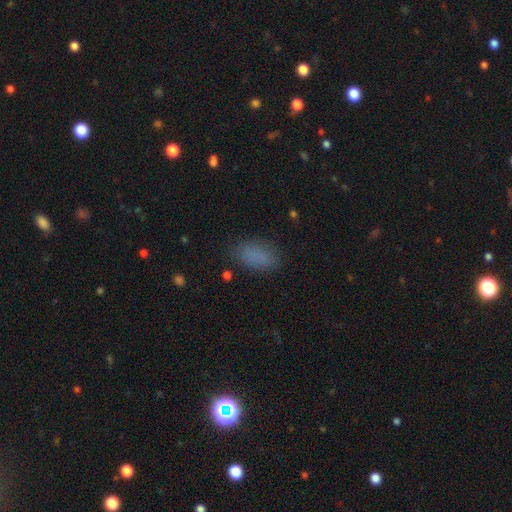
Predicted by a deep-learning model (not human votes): The model was most divided on "merging": none: 80%, minor disturbance: 14%, major disturbance: 5%, merger: 1%. More confident: how rounded — in between (91%); smooth or featured — smooth (83%).